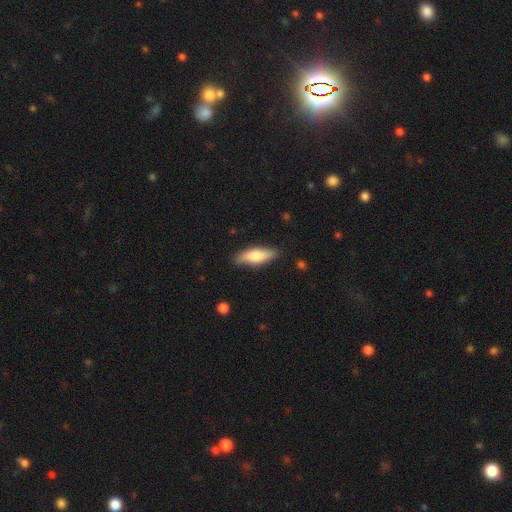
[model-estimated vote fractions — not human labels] A smooth galaxy with no disk features (70%) that is in between round and cigar-shaped (56%).

Vote fractions:
- Smooth or featured? smooth: 70% / featured or disk: 24% / star or artifact: 6%
- How rounded? in between: 56% / cigar-shaped: 42% / round: 2%
- Merging? none: 83% / minor disturbance: 13% / major disturbance: 2% / merger: 1%